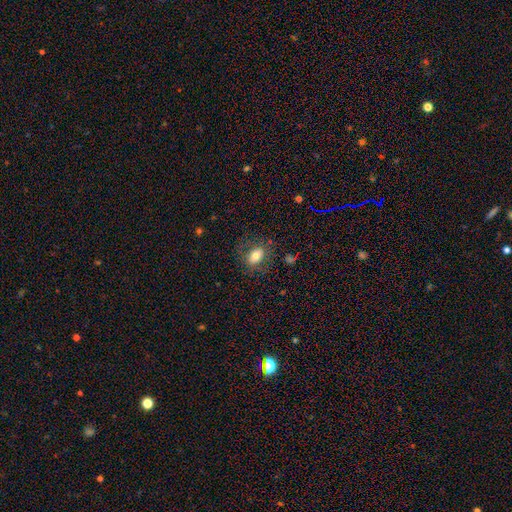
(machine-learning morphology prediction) Smooth or featured?
  - smooth: 71% *
  - featured or disk: 19%
  - star or artifact: 10%
How rounded?
  - in between: 75% *
  - round: 24%
  - cigar-shaped: 2%
Merging?
  - none: 76% *
  - minor disturbance: 14%
  - major disturbance: 8%
  - merger: 2%